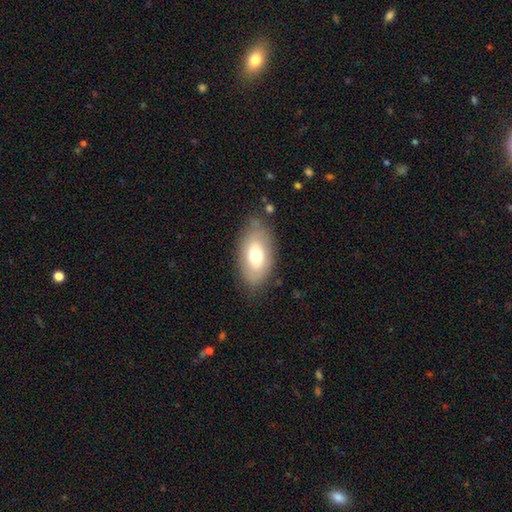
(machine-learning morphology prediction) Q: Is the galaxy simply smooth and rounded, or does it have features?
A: smooth — 68%.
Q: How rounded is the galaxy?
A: in between — 92%.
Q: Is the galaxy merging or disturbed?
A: none — 76%.